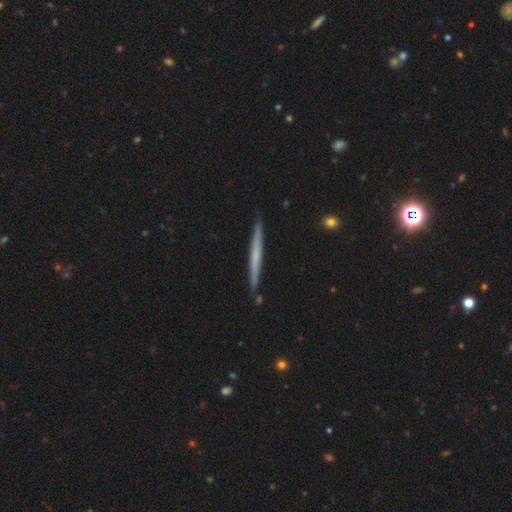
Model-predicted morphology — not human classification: featured or disk 49%, smooth 46%, star or artifact 6%. Down the decision tree: merging — none (89%).